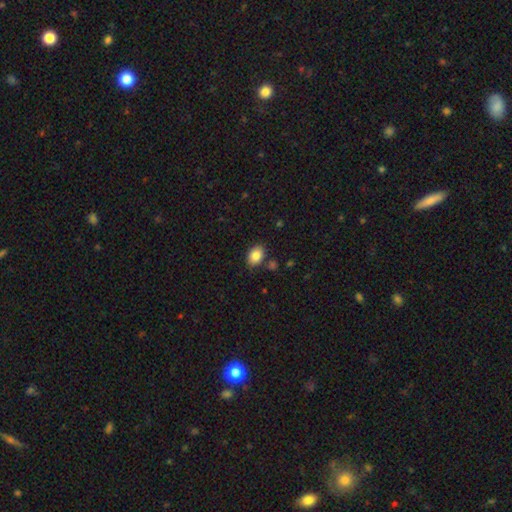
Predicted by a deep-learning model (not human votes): This appears to be a smooth galaxy with no disk features (85%) that is in between round and cigar-shaped (78%). Merging: none (82%).